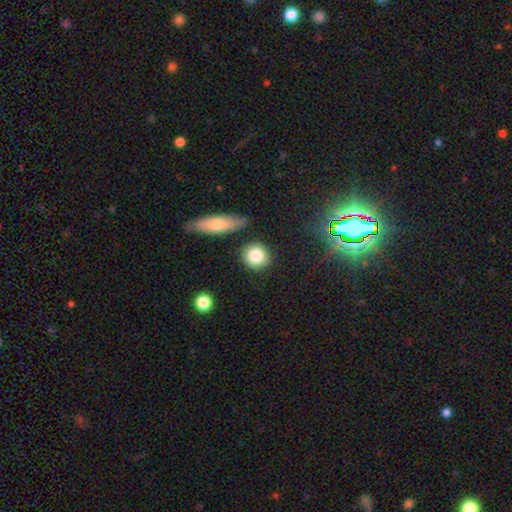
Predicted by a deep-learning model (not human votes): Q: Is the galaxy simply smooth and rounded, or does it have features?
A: smooth — 84%.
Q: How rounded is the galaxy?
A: round — 87%.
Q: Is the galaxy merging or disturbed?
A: none — 82%.